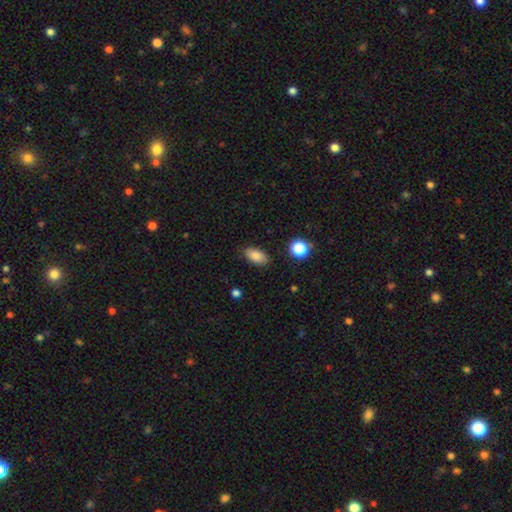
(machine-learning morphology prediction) Overall: smooth (84%). How rounded: in between (91%). Merging: none (85%).